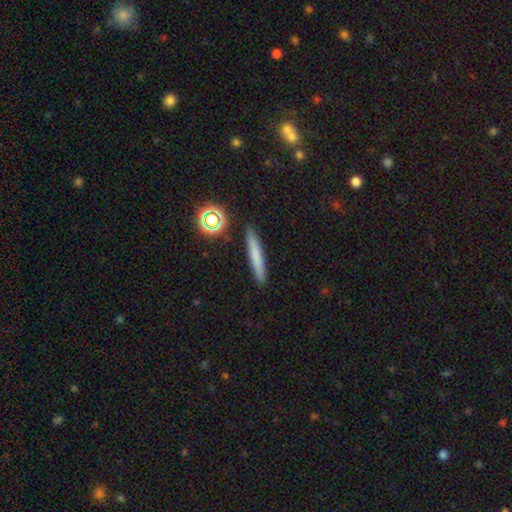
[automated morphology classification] Smooth or featured? Predicted: smooth (p=0.70). How rounded? Predicted: cigar-shaped (p=0.93). Merging? Predicted: none (p=0.90).